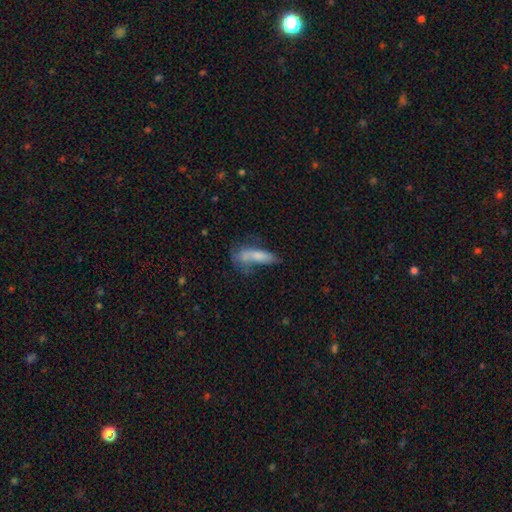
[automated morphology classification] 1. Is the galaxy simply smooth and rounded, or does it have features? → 68% smooth, 23% featured or disk, 9% star or artifact.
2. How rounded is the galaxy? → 54% cigar-shaped, 43% in between, 2% round.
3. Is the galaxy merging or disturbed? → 36% none, 24% minor disturbance, 20% major disturbance, 19% merger.